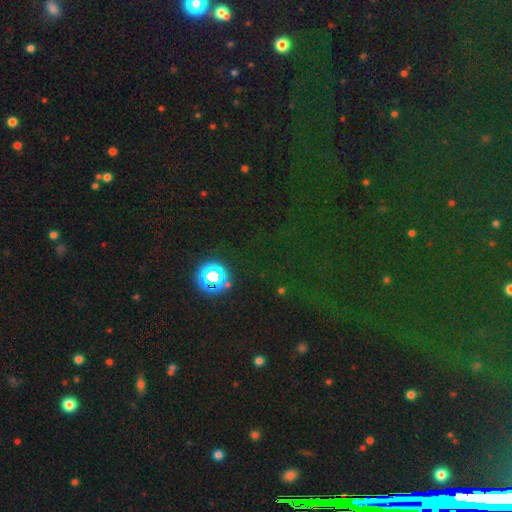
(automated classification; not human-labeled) Q: Smooth or featured?
A: star or artifact (63%); runner-up: smooth (30%)